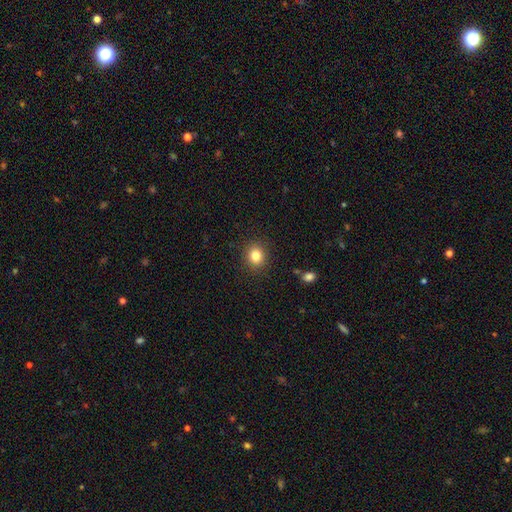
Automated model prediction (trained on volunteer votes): A smooth galaxy with no disk features (83%) that is round (81%).

Vote fractions:
- Smooth or featured? smooth: 83% / star or artifact: 11% / featured or disk: 6%
- How rounded? round: 81% / in between: 18% / cigar-shaped: 1%
- Merging? none: 90% / minor disturbance: 7% / major disturbance: 2% / merger: 1%